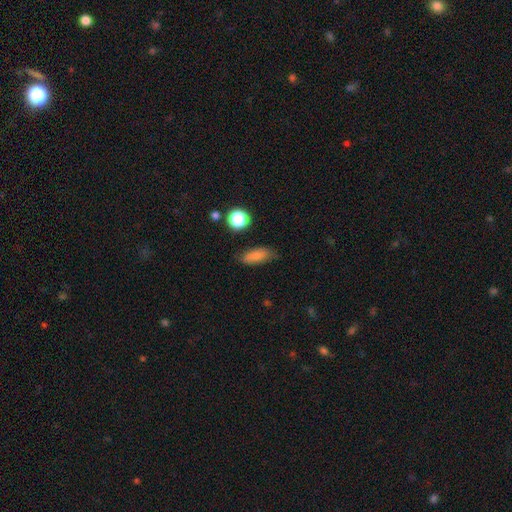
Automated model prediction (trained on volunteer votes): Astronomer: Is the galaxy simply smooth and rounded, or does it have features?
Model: smooth — 80%.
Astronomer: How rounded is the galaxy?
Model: in between — 75%.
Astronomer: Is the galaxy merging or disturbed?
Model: none — 74%.